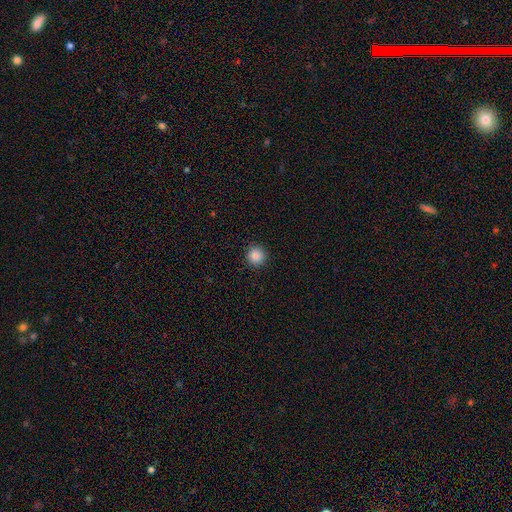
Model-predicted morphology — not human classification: A smooth galaxy with no disk features (88%) that is round (95%).

Vote fractions:
- Smooth or featured? smooth: 88% / star or artifact: 10% / featured or disk: 3%
- How rounded? round: 95% / in between: 4% / cigar-shaped: 1%
- Merging? none: 92% / minor disturbance: 5% / major disturbance: 2% / merger: 1%